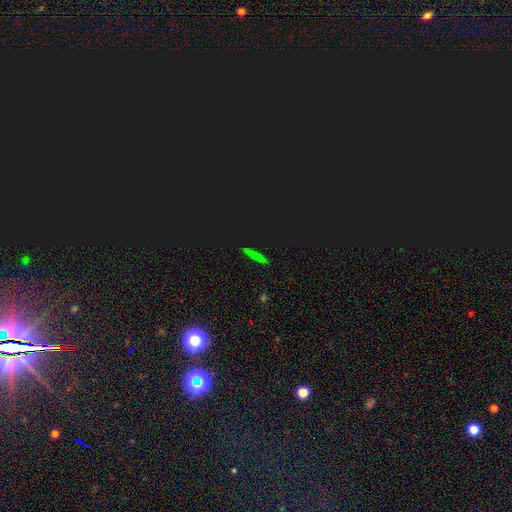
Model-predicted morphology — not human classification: A smooth galaxy with no disk features (52%) that is cigar-shaped (88%). Merging: none (89%).